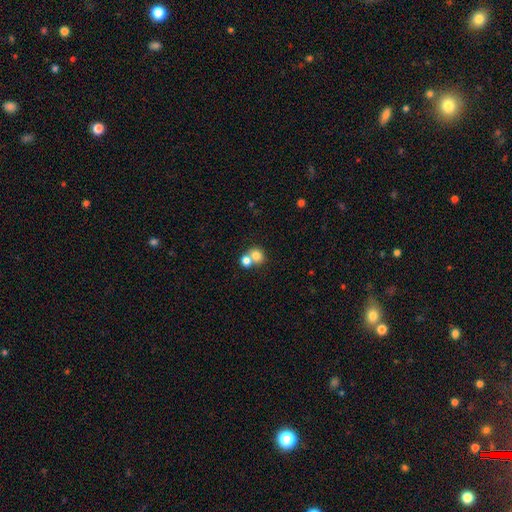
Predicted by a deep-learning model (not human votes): Smooth or featured? smooth (77%)
How rounded? round (78%)
Merging? merger (56%)